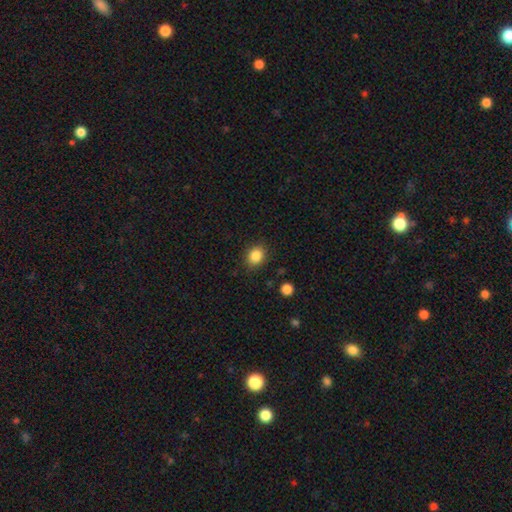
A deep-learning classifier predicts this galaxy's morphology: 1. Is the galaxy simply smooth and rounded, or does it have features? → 86% smooth, 10% star or artifact, 4% featured or disk.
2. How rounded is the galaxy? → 60% round, 39% in between, 1% cigar-shaped.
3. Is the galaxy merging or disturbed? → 87% none, 9% minor disturbance, 3% major disturbance, 1% merger.